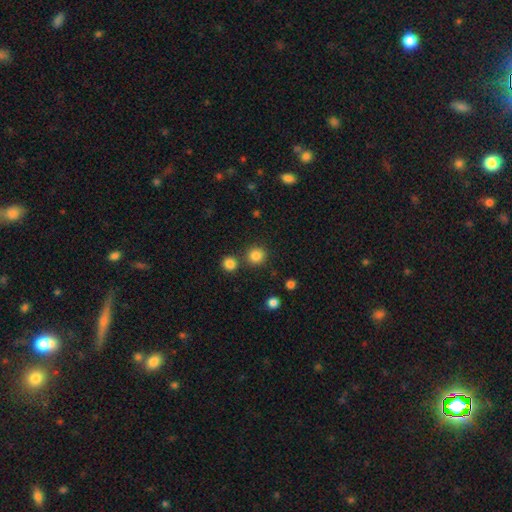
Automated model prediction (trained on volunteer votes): This appears to be a smooth galaxy with no disk features (84%) that is round (91%). Merging: none (80%).